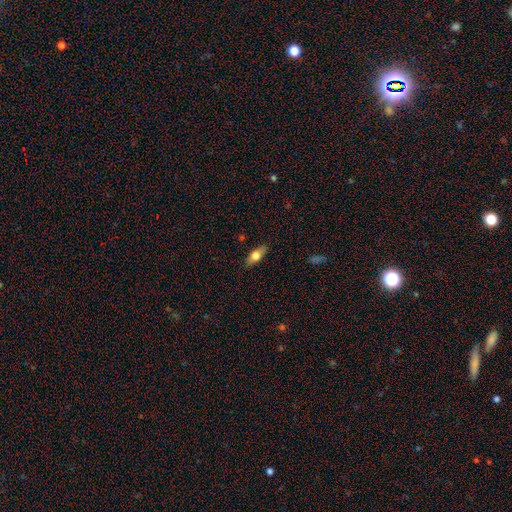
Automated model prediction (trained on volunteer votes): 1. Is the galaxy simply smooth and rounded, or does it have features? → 65% smooth, 28% featured or disk, 7% star or artifact.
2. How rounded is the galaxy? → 77% in between, 19% cigar-shaped, 4% round.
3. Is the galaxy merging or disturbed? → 86% none, 11% minor disturbance, 2% major disturbance, 1% merger.